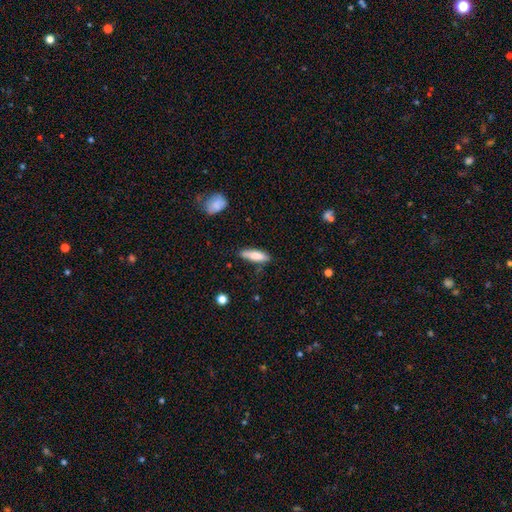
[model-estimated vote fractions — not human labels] This appears to be a smooth galaxy with no disk features (78%) that is cigar-shaped (55%). Merging: none (70%).